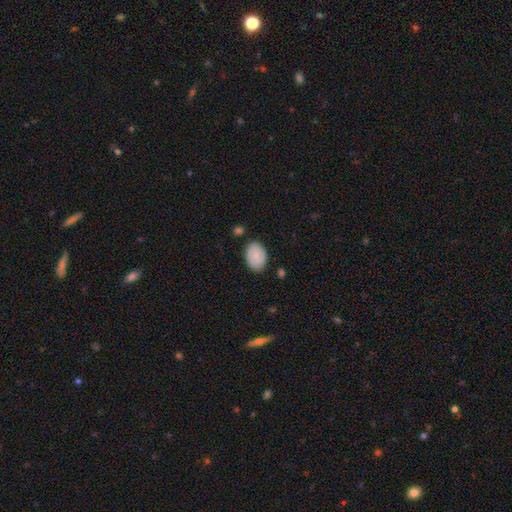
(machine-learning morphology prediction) This appears to be a smooth galaxy with no disk features (83%) that is in between round and cigar-shaped (85%). Merging: none (81%).